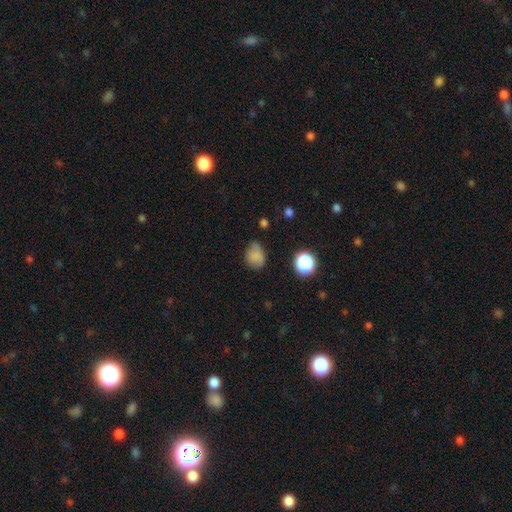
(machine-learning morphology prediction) smooth-or-featured: smooth: 78% | star or artifact: 14% | featured or disk: 8%
  how-rounded: in between: 55% | round: 44% | cigar-shaped: 1%
  merging: none: 58% | minor disturbance: 30% | major disturbance: 9% | merger: 2%